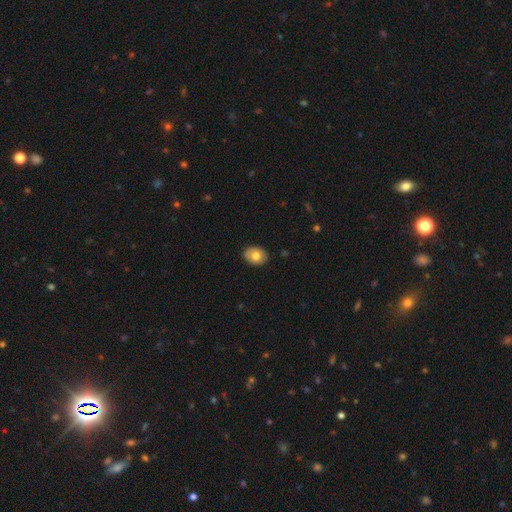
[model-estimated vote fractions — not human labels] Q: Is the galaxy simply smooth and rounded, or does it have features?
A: smooth — 74%.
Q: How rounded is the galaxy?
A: in between — 58%.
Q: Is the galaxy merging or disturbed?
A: none — 87%.